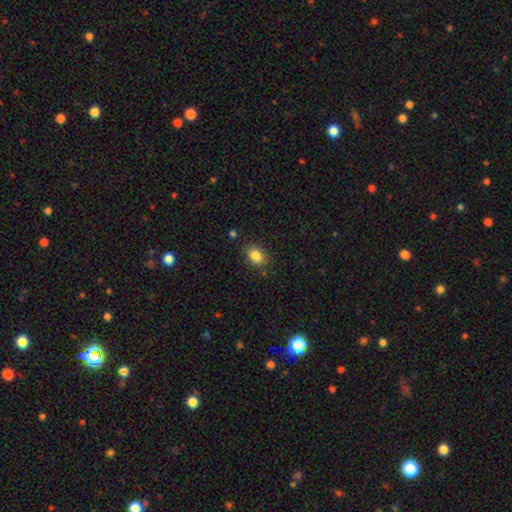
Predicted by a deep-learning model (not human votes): Smooth or featured?
  - smooth: 85% *
  - star or artifact: 9%
  - featured or disk: 5%
How rounded?
  - in between: 66% *
  - round: 33%
  - cigar-shaped: 1%
Merging?
  - none: 84% *
  - minor disturbance: 11%
  - major disturbance: 3%
  - merger: 2%